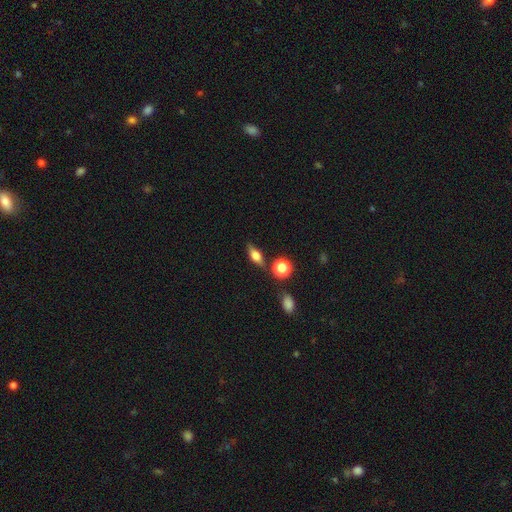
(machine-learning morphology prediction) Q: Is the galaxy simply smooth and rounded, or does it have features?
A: smooth — 58%.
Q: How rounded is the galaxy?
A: in between — 63%.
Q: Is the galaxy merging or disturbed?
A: none — 76%.